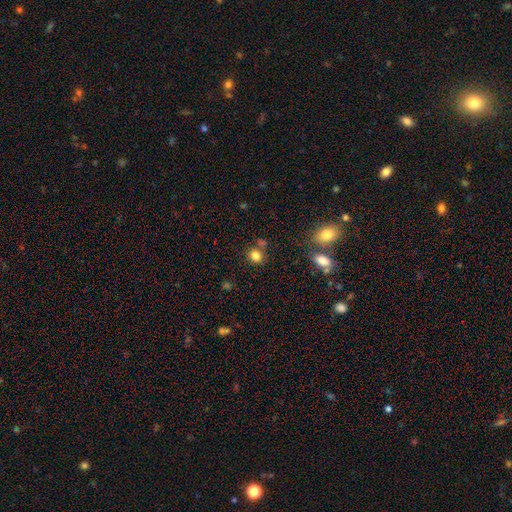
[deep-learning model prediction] Smooth or featured: smooth — 82% (star or artifact — 12%)
How rounded: round — 71% (in between — 28%)
Merging: none — 71% (merger — 13%)